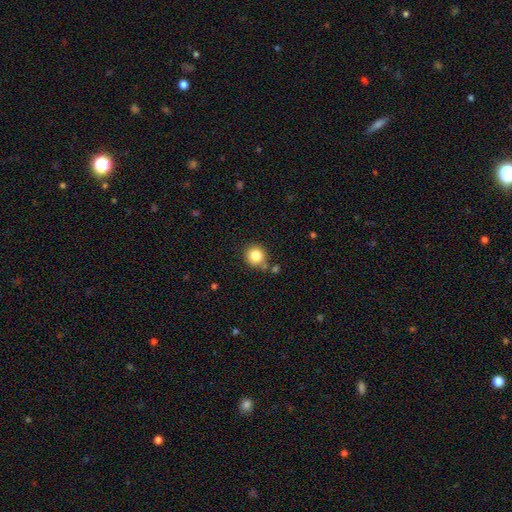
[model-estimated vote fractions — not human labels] Q: Smooth or featured?
A: smooth (83%); runner-up: star or artifact (10%)
Q: How rounded?
A: round (90%); runner-up: in between (9%)
Q: Merging?
A: none (74%); runner-up: minor disturbance (12%)